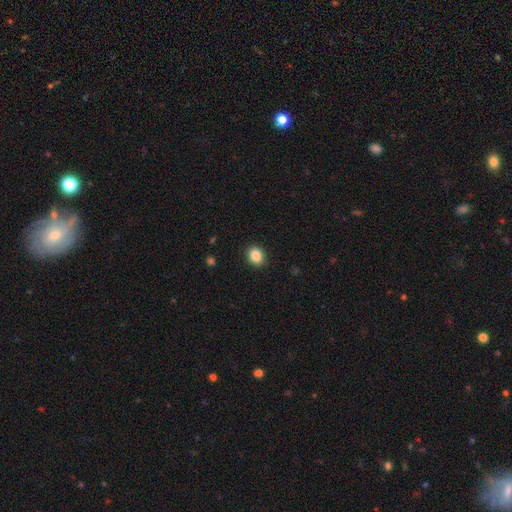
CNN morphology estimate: type=smooth (86%); roundness=round (54%); merging=none (91%).